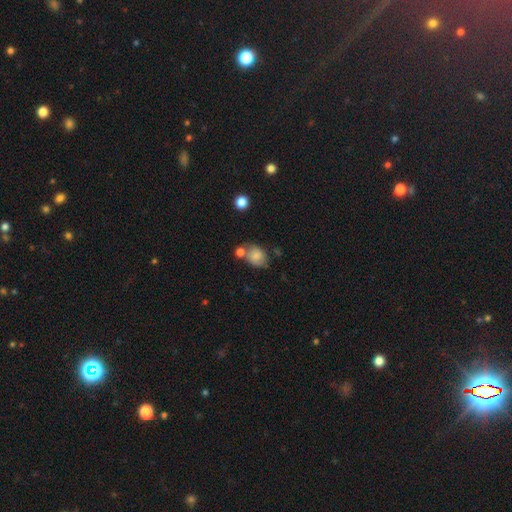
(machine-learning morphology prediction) type=smooth (76%); roundness=in between (52%); merging=none (52%).